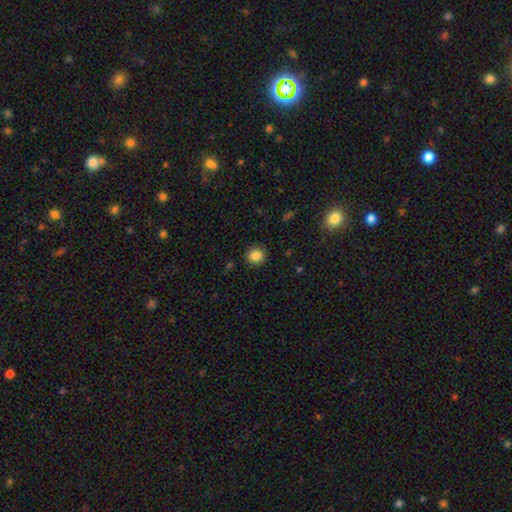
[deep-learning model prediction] Smooth or featured?
  - smooth: 85% *
  - star or artifact: 10%
  - featured or disk: 5%
How rounded?
  - round: 88% *
  - in between: 11%
  - cigar-shaped: 1%
Merging?
  - none: 90% *
  - minor disturbance: 7%
  - major disturbance: 2%
  - merger: 1%